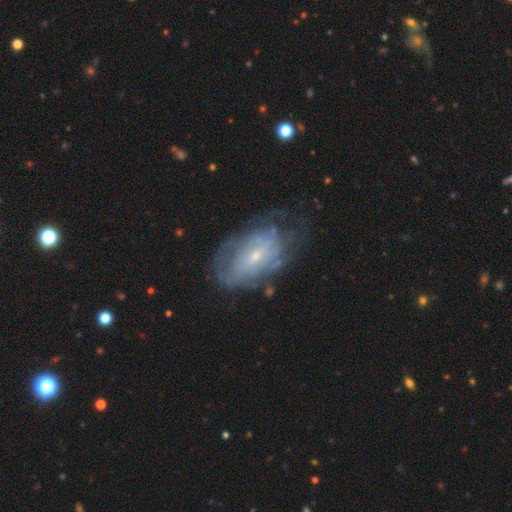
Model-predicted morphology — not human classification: The model was most divided on "bar": no: 54%, weak: 38%, strong: 8%. More confident: edge-on disk — no (95%); spiral arms — yes (72%); smooth or featured — featured or disk (71%); bulge size — small (70%); merging — none (54%).